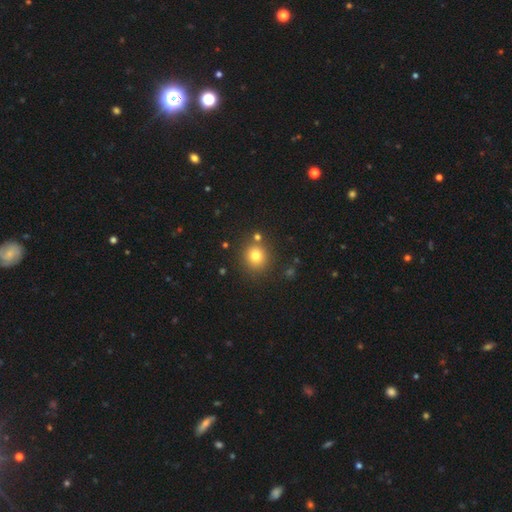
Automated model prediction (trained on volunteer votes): Smooth or featured? smooth (78%)
How rounded? round (89%)
Merging? none (81%)